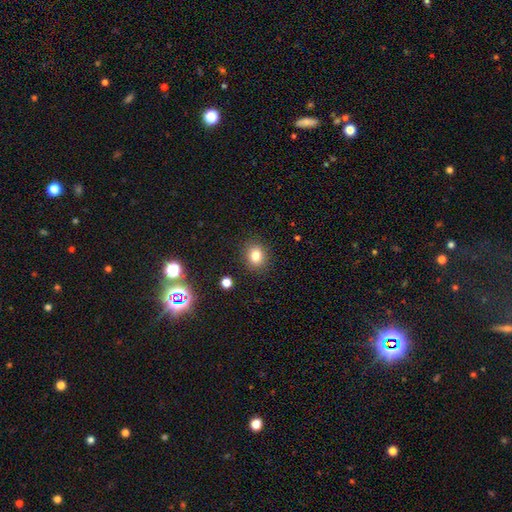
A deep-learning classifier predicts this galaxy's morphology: Overall: smooth (80%). How rounded: round (73%). Merging: none (88%).